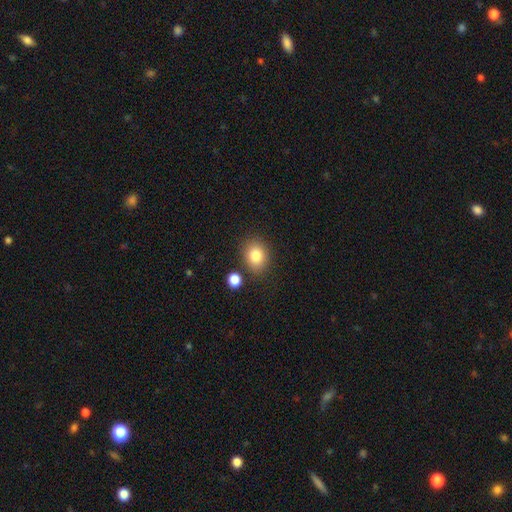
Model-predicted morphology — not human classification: Smooth or featured? Predicted: smooth (p=0.83). How rounded? Predicted: in between (p=0.54). Merging? Predicted: none (p=0.79).